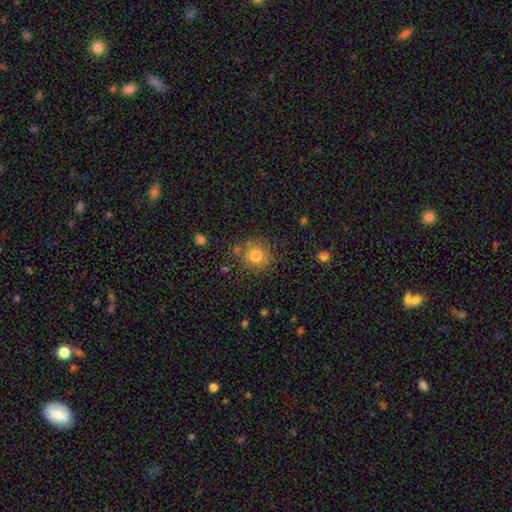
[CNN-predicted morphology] Smooth or featured? Predicted: smooth (p=0.80). How rounded? Predicted: round (p=0.87). Merging? Predicted: none (p=0.75).